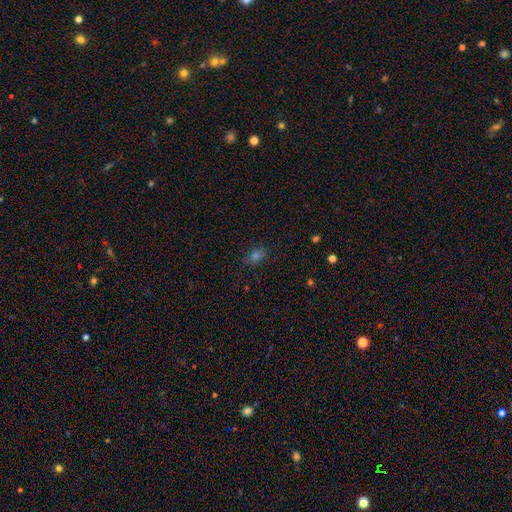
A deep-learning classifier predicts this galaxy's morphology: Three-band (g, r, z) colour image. It shows a smooth galaxy with no disk features (68%) that is in between round and cigar-shaped (69%). Merging: none (84%).